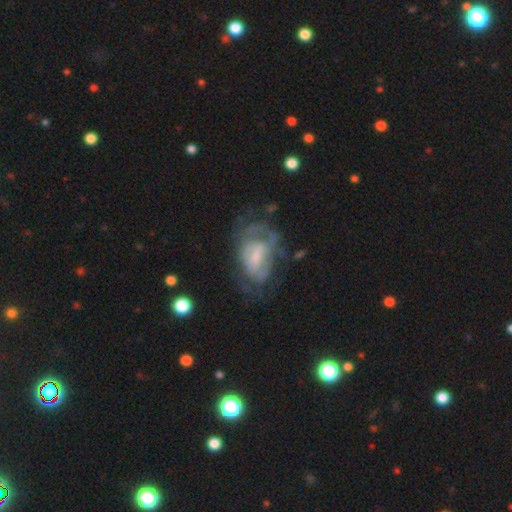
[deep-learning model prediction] Smooth or featured: featured or disk — 64% (smooth — 28%)
Edge-on disk: no — 96% (yes — 4%)
Bar: weak — 47% (no — 38%)
Spiral arms: yes — 58% (no — 42%)
Bulge size: small — 40% (moderate — 31%)
Merging: none — 42% (major disturbance — 29%)